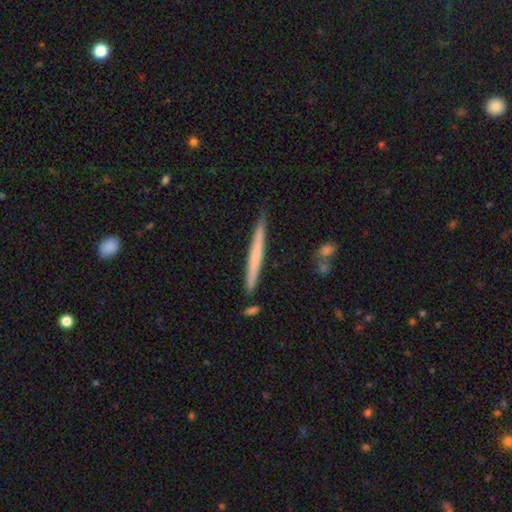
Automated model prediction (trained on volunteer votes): smooth-or-featured: smooth: 56% | featured or disk: 39% | star or artifact: 5%
  how-rounded: cigar-shaped: 97% | in between: 2% | round: 1%
  merging: none: 85% | minor disturbance: 10% | merger: 3% | major disturbance: 2%